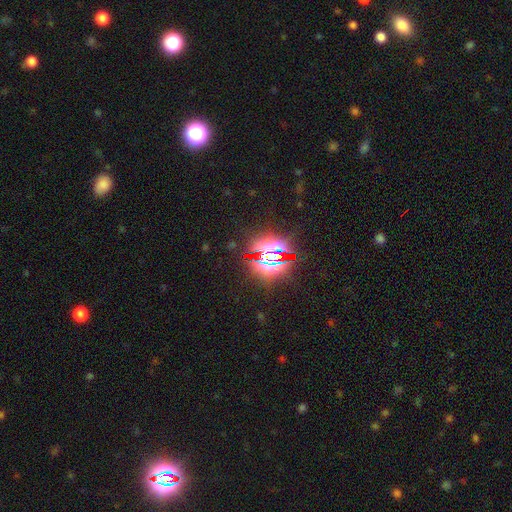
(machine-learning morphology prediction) star or artifact 82%, smooth 11%, featured or disk 7%.